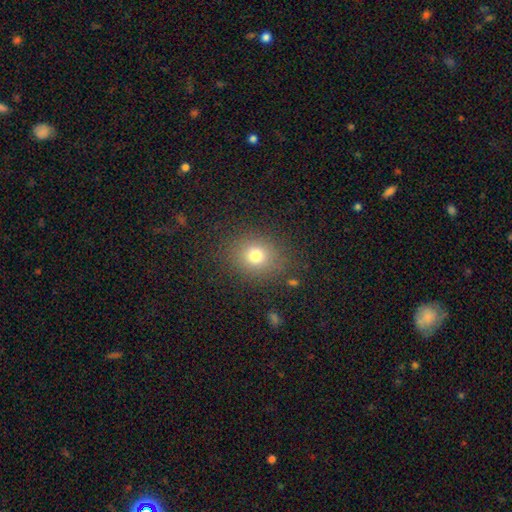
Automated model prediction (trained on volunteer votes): A smooth galaxy with no disk features (76%) that is round (72%).

Vote fractions:
- Smooth or featured? smooth: 76% / star or artifact: 15% / featured or disk: 9%
- How rounded? round: 72% / in between: 27% / cigar-shaped: 1%
- Merging? none: 85% / minor disturbance: 9% / major disturbance: 4% / merger: 1%